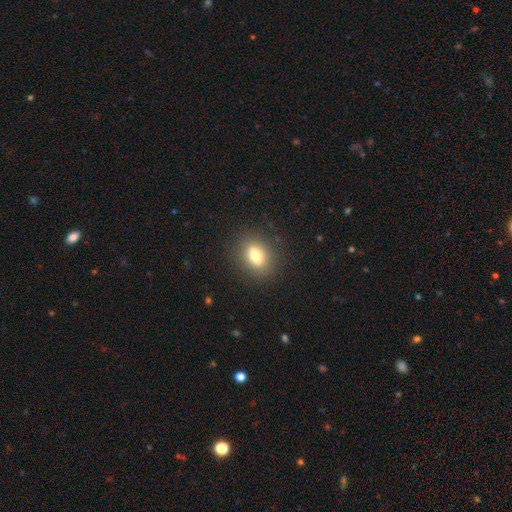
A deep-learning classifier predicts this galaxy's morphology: Overall: smooth (72%). How rounded: in between (69%). Merging: none (87%).